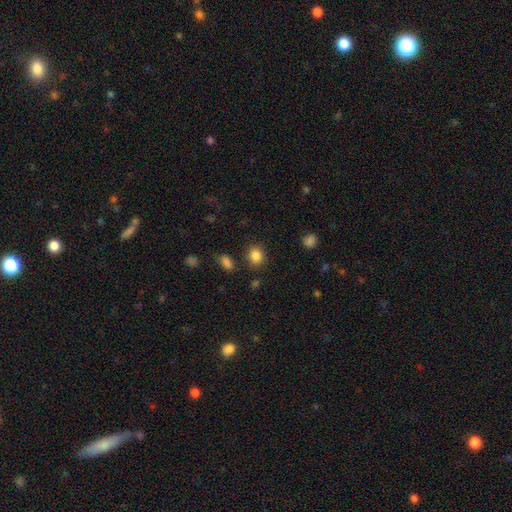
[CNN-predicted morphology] smooth 85%, star or artifact 11%, featured or disk 5%. Down the decision tree: how rounded — round (65%); merging — none (85%).